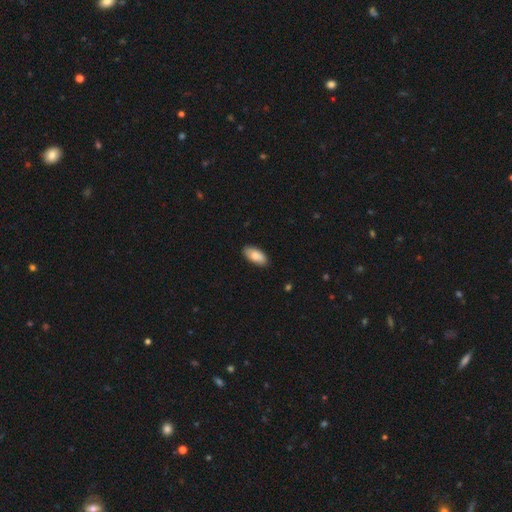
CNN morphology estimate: This is clearly a smooth galaxy (81%). How rounded: clearly in between (92%). Merging: clearly none (88%).